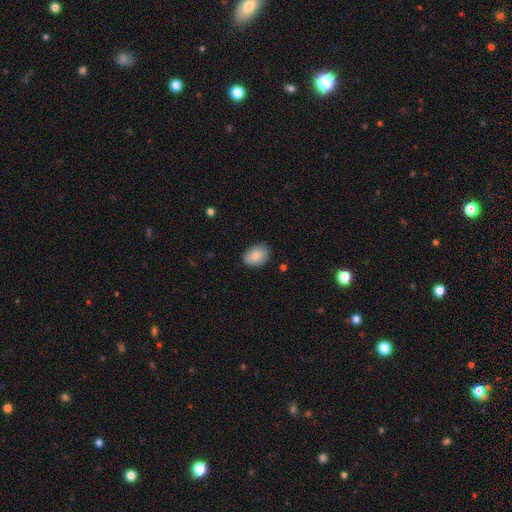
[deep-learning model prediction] The model was most divided on "how rounded": in between: 75%, round: 24%, cigar-shaped: 1%. More confident: smooth or featured — smooth (86%); merging — none (76%).